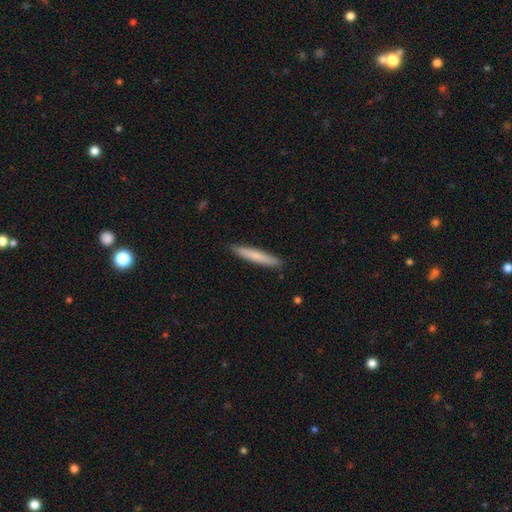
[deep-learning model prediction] Smooth or featured?
  - smooth: 75% *
  - featured or disk: 20%
  - star or artifact: 5%
How rounded?
  - cigar-shaped: 94% *
  - in between: 4%
  - round: 1%
Merging?
  - none: 91% *
  - minor disturbance: 7%
  - major disturbance: 1%
  - merger: 1%